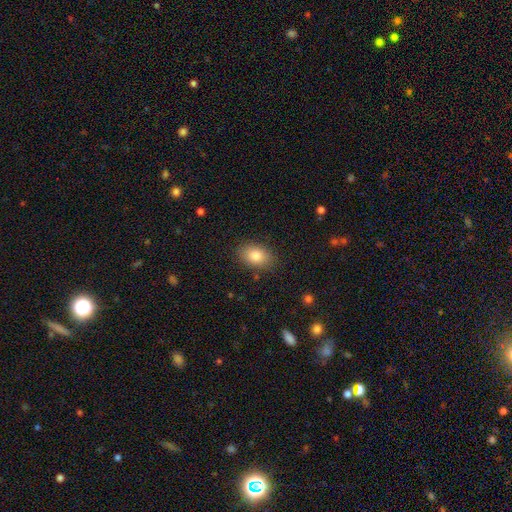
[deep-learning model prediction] Smooth or featured?
  - smooth: 82% *
  - featured or disk: 10%
  - star or artifact: 8%
How rounded?
  - in between: 84% *
  - round: 15%
  - cigar-shaped: 1%
Merging?
  - none: 85% *
  - minor disturbance: 11%
  - major disturbance: 3%
  - merger: 1%